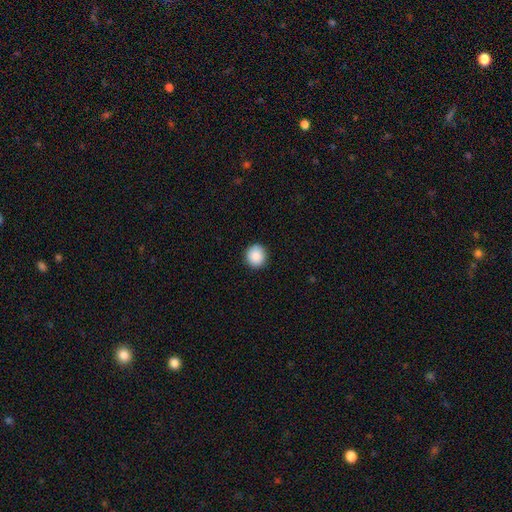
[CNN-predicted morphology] smooth_or_featured: smooth (p=0.89) [alt: star or artifact p=0.08]
how_rounded: round (p=0.89) [alt: in between p=0.10]
merging: none (p=0.92) [alt: minor disturbance p=0.06]